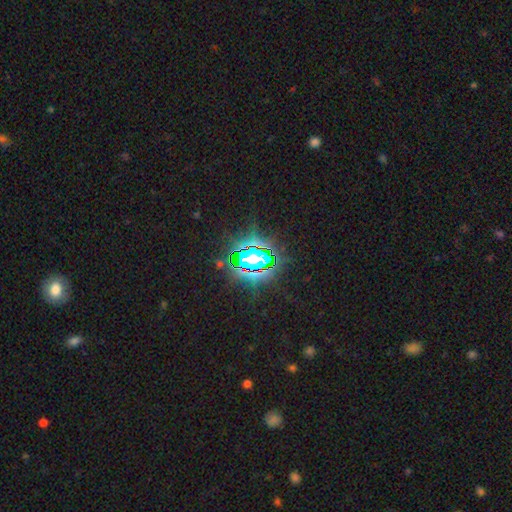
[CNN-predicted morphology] Smooth or featured: star or artifact — 77% (smooth — 13%)